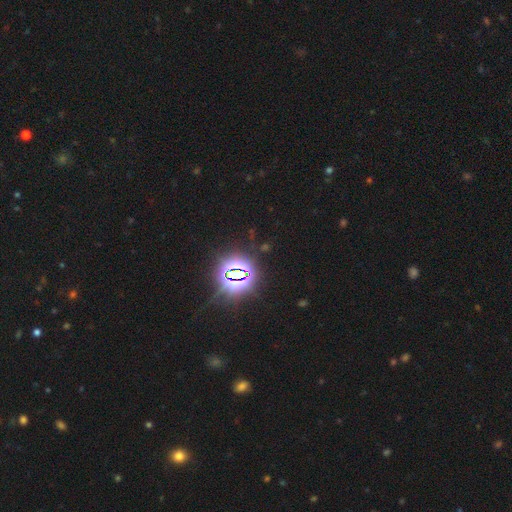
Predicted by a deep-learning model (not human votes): This is clearly a star or artifact rather than a galaxy (84%).